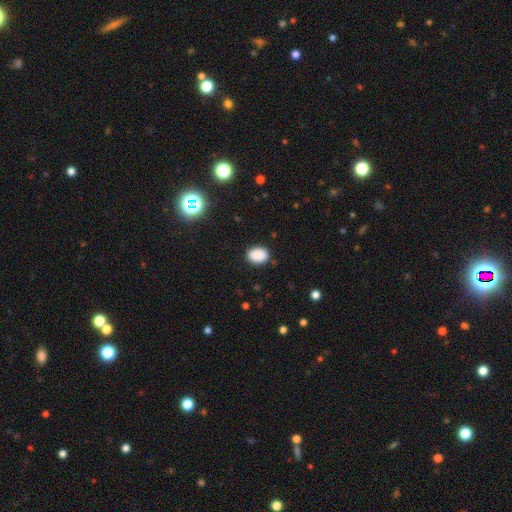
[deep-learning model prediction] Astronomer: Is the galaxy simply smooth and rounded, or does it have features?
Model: smooth — 87%.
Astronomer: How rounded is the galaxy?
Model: in between — 70%.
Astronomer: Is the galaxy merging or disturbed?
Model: none — 86%.